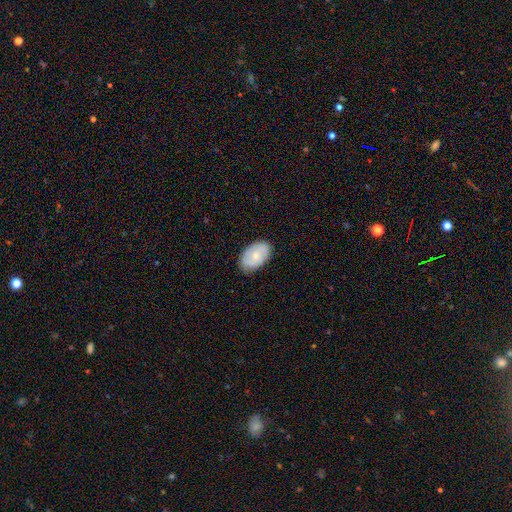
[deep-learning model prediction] Morphology: type=smooth (62%); roundness=in between (91%); merging=none (83%).